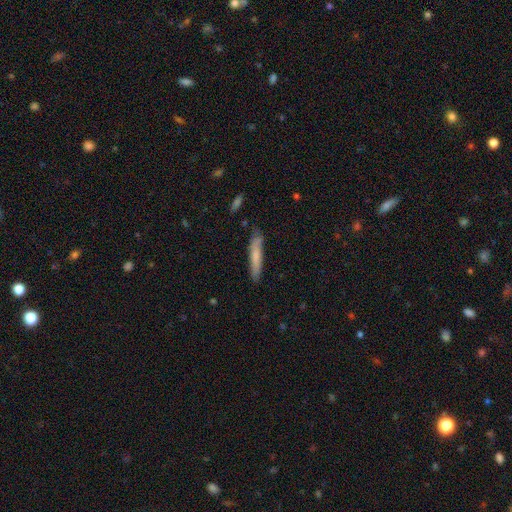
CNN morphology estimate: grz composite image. It shows a smooth galaxy with no disk features (70%) that is cigar-shaped (92%). Merging: none (81%).